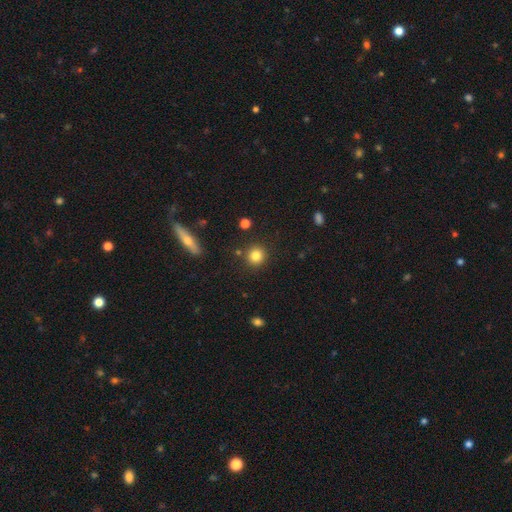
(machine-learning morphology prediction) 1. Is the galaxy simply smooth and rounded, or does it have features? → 82% smooth, 11% star or artifact, 7% featured or disk.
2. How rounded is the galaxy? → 92% round, 7% in between, 1% cigar-shaped.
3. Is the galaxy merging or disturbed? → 87% none, 7% minor disturbance, 4% merger, 2% major disturbance.